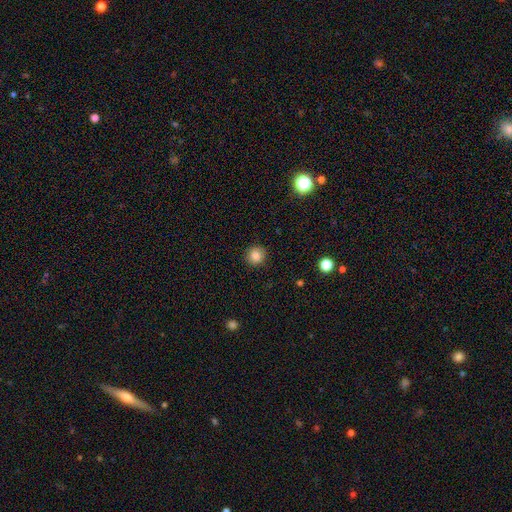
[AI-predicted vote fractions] Q: Smooth or featured?
A: smooth (84%); runner-up: star or artifact (11%)
Q: How rounded?
A: round (92%); runner-up: in between (7%)
Q: Merging?
A: none (91%); runner-up: minor disturbance (6%)